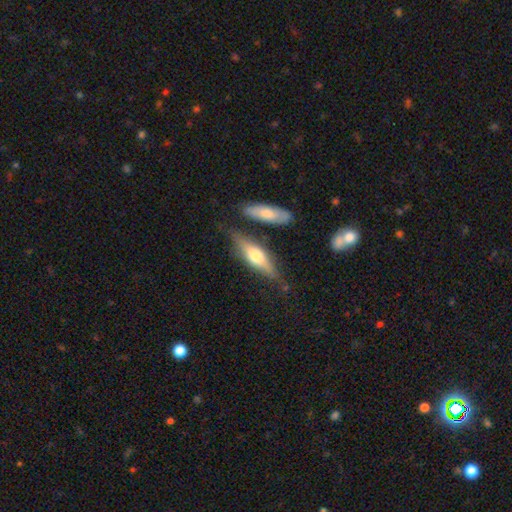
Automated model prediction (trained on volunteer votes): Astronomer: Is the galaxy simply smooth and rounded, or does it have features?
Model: featured or disk — 49% (runner-up: smooth, 45%).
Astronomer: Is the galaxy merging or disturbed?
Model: none — 70%.